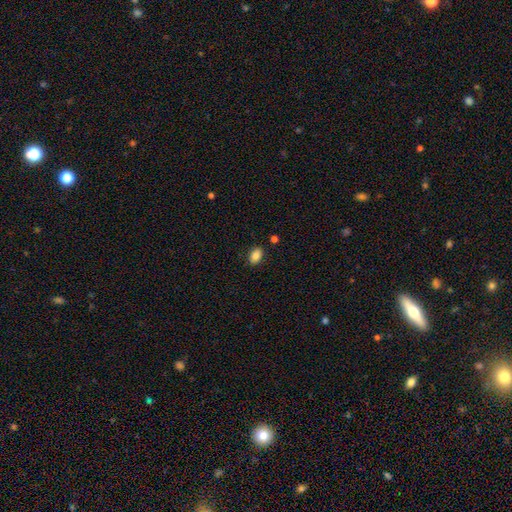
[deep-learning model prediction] smooth-or-featured: smooth: 86% | star or artifact: 9% | featured or disk: 5%
  how-rounded: in between: 83% | round: 16% | cigar-shaped: 1%
  merging: none: 86% | minor disturbance: 9% | merger: 2% | major disturbance: 2%